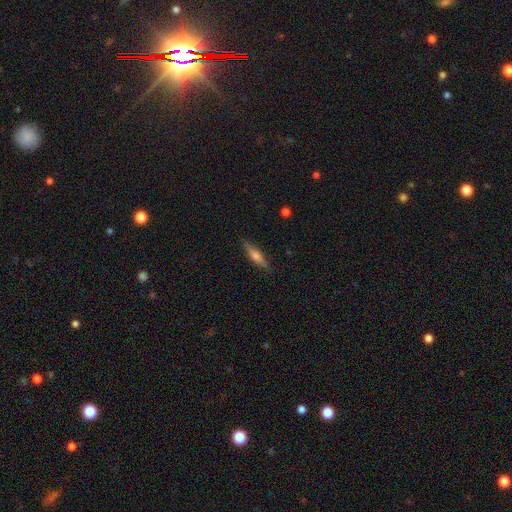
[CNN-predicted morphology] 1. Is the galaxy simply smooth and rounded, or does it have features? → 47% smooth, 46% featured or disk, 7% star or artifact.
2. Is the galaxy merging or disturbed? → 87% none, 10% minor disturbance, 2% major disturbance, 1% merger.